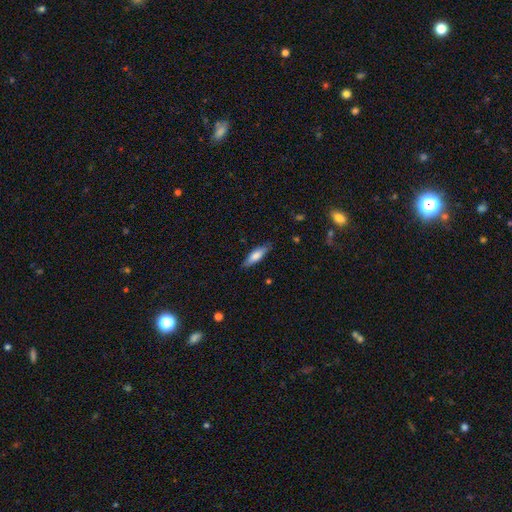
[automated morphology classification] The model was most divided on "how rounded": cigar-shaped: 57%, in between: 42%, round: 2%. More confident: merging — none (83%); smooth or featured — smooth (71%).